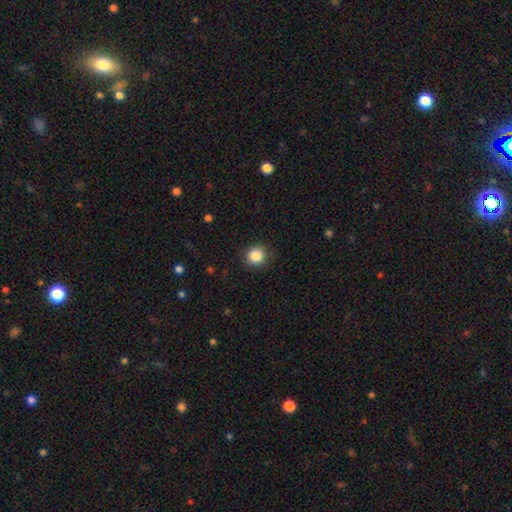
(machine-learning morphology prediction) A smooth galaxy with no disk features (86%) that is round (91%). Merging: none (89%).